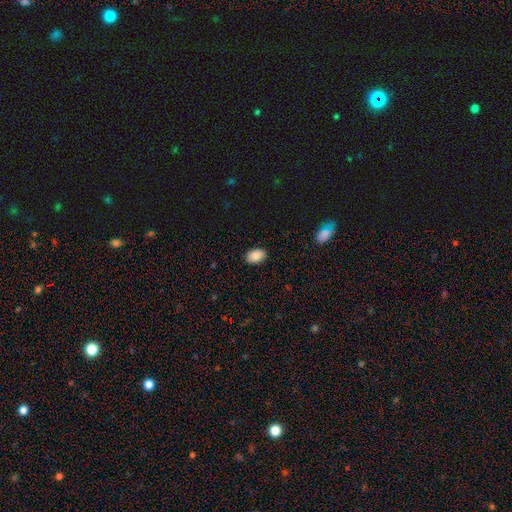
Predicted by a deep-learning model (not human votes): This is clearly a smooth galaxy (88%). How rounded: clearly in between (89%). Merging: clearly none (86%).